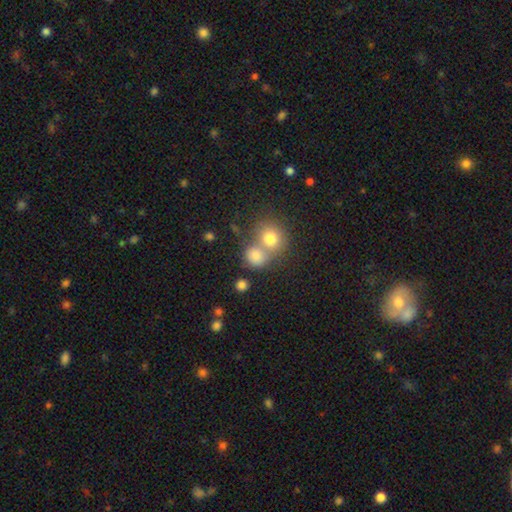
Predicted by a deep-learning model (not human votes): The model was most divided on "merging": merger: 50%, none: 38%, minor disturbance: 8%, major disturbance: 4%. More confident: smooth or featured — smooth (79%); how rounded — round (75%).